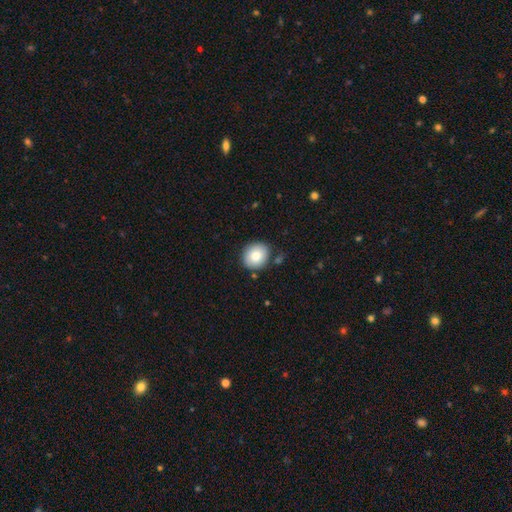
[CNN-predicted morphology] Overall: smooth (82%). How rounded: round (80%). Merging: none (82%).